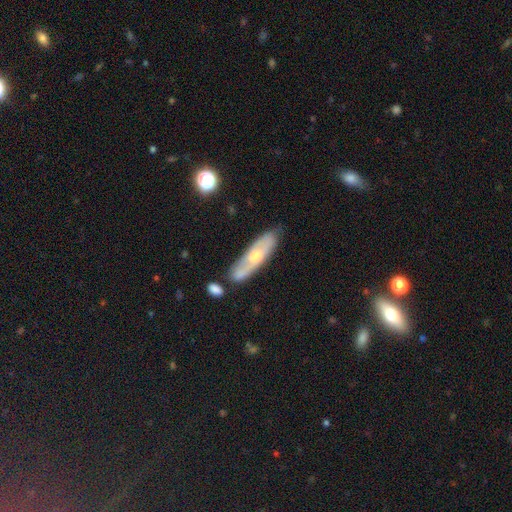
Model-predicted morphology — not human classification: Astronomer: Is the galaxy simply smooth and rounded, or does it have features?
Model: featured or disk — 53% (runner-up: smooth, 40%).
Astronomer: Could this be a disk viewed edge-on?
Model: no — 59% (runner-up: yes, 41%).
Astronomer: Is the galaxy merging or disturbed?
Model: none — 70%.